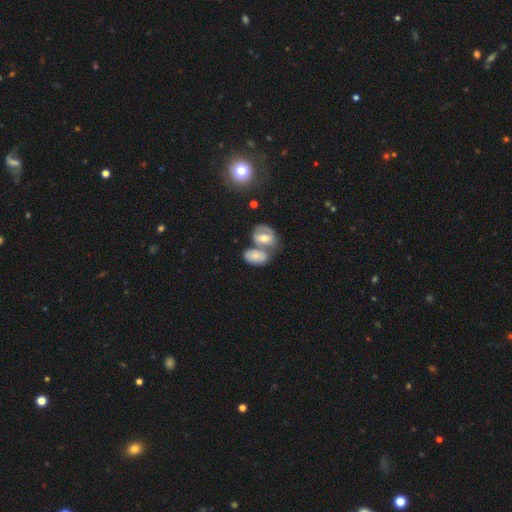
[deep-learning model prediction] Overall: smooth (64%; featured or disk 27%). How rounded: in between (85%). Merging: merger (55%; none 29%).